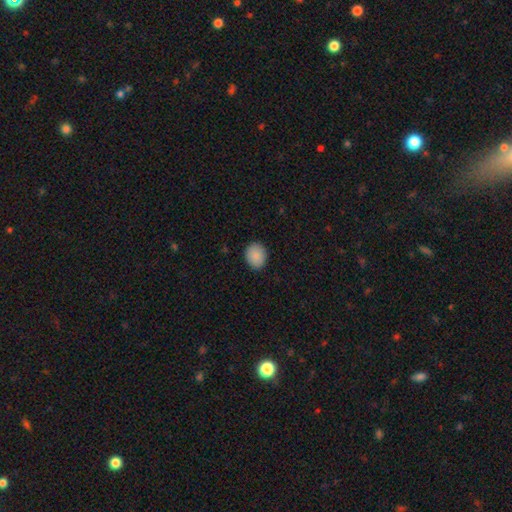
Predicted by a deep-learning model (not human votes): The model was most divided on "how rounded": round: 62%, in between: 37%, cigar-shaped: 1%. More confident: merging — none (89%); smooth or featured — smooth (89%).